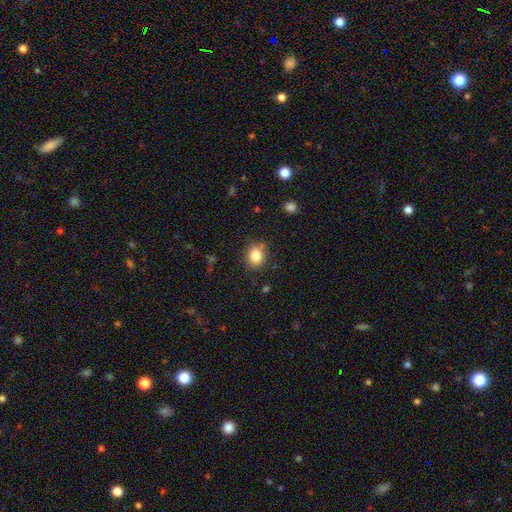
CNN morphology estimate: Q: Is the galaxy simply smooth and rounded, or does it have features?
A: smooth — 84%.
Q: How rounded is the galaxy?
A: round — 68%.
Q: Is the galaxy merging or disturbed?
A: none — 83%.